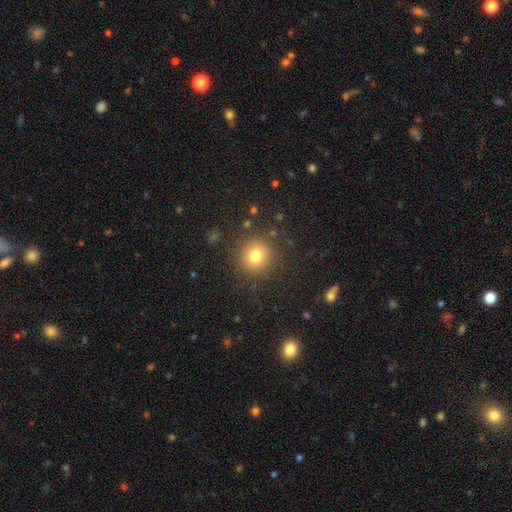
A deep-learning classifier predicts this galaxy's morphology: smooth 78%, star or artifact 14%, featured or disk 8%. Down the decision tree: how rounded — round (91%); merging — none (87%).